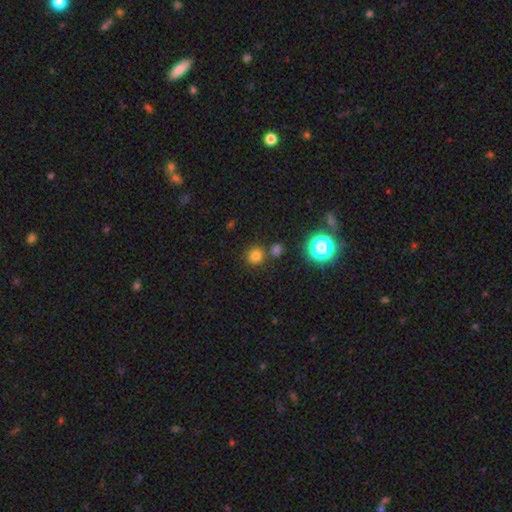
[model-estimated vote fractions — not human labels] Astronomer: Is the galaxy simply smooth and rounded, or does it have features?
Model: smooth — 75%.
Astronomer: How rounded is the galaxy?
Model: round — 89%.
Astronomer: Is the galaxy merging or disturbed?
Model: none — 73%.